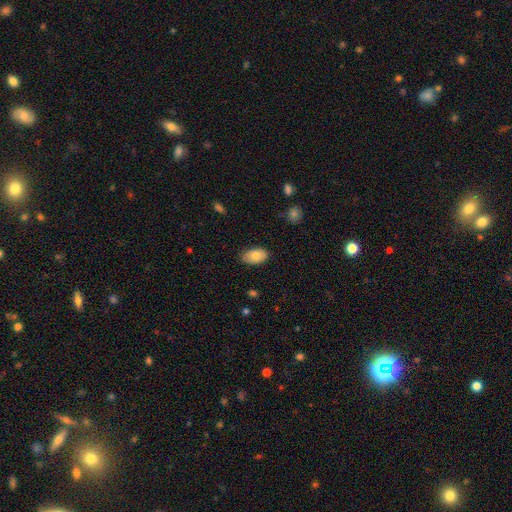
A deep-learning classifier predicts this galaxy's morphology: smooth 79%, featured or disk 15%, star or artifact 7%. Down the decision tree: how rounded — in between (93%); merging — none (81%).